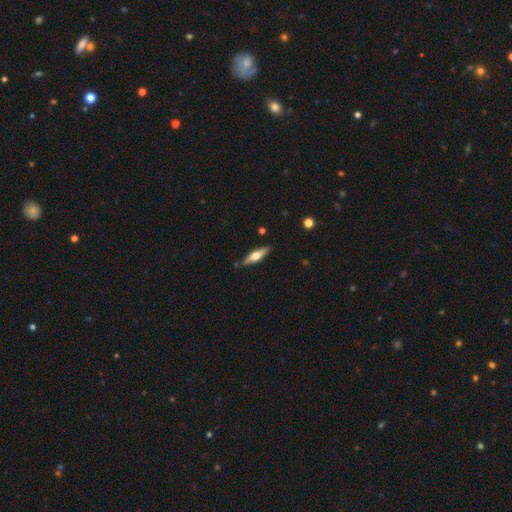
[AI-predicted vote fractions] featured or disk 53%, smooth 41%, star or artifact 6%. Down the decision tree: edge-on disk — yes (93%); merging — none (86%).